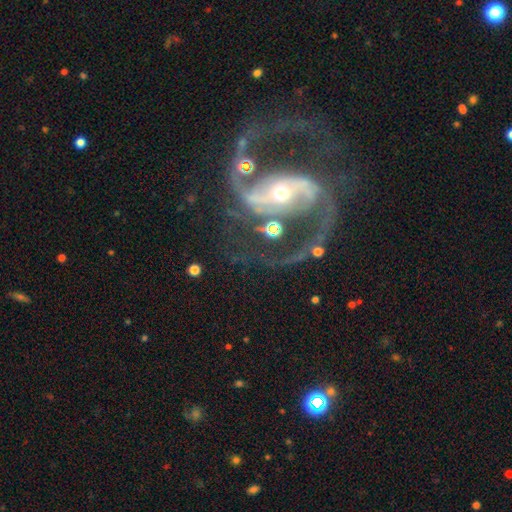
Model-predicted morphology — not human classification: This appears to be a featured or disk galaxy (92%) with a strong bar (56%), 2 (94%) medium (64%) spiral arms (98%) and a small central bulge (53%). Merging: none (73%).